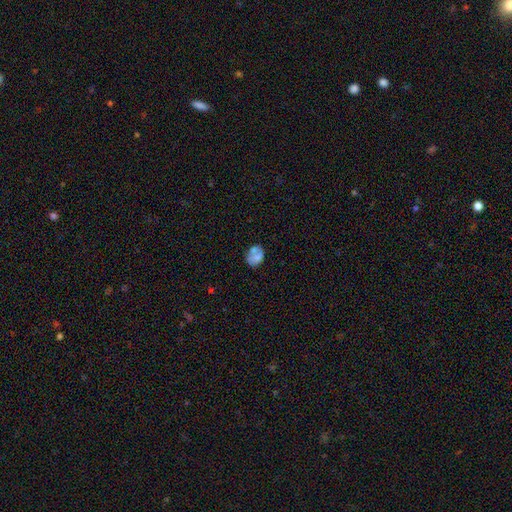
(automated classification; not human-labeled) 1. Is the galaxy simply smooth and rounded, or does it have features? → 65% smooth, 27% featured or disk, 9% star or artifact.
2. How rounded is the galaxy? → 61% in between, 38% round, 1% cigar-shaped.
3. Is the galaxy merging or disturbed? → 46% none, 22% merger, 22% minor disturbance, 10% major disturbance.